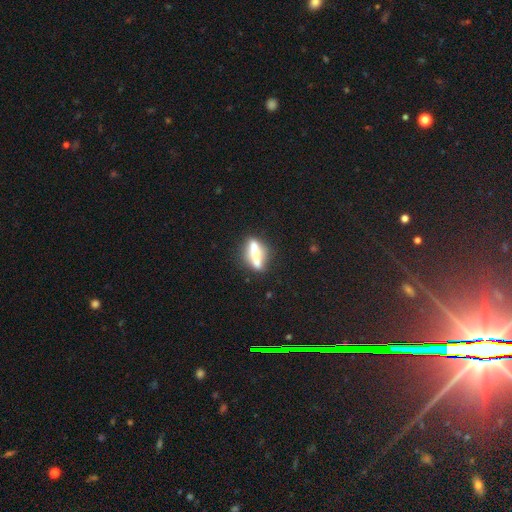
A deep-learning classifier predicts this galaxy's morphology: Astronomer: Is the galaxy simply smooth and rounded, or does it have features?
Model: smooth — 53% (runner-up: featured or disk, 37%).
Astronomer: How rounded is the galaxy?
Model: cigar-shaped — 68%.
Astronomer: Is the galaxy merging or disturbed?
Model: none — 63%.